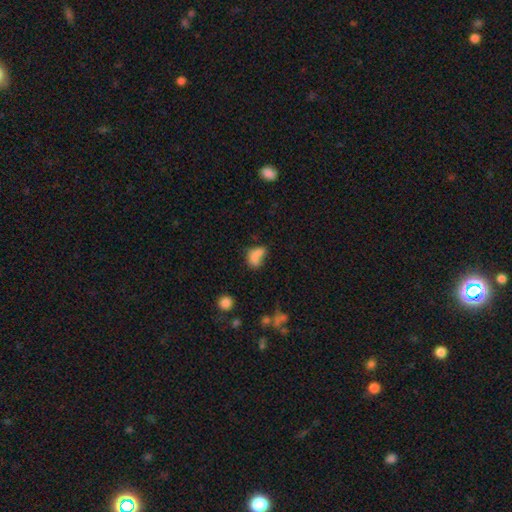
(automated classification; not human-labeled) Smooth or featured? smooth (73%)
How rounded? in between (80%)
Merging? none (32%)